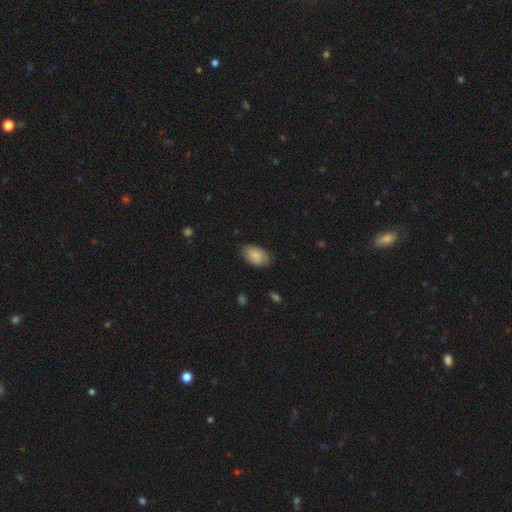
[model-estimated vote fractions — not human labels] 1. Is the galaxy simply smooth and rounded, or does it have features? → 81% smooth, 12% featured or disk, 7% star or artifact.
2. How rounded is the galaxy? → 92% in between, 7% round, 1% cigar-shaped.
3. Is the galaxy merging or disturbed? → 74% none, 21% minor disturbance, 4% major disturbance, 1% merger.